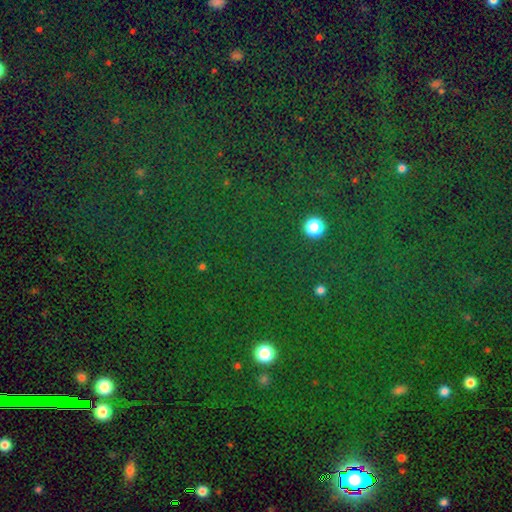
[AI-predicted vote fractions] Smooth or featured? Predicted: star or artifact (p=0.78).